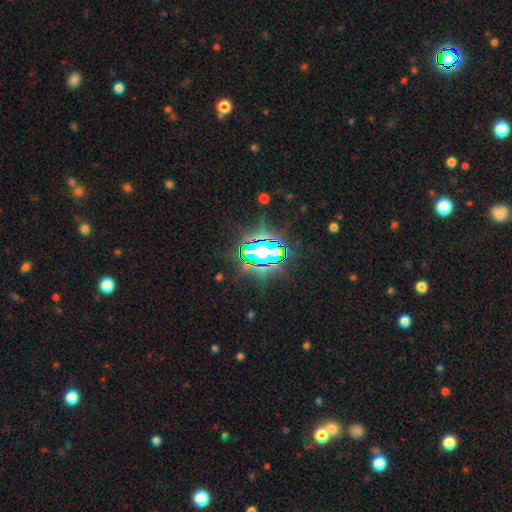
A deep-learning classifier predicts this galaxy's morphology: Overall: star or artifact (78%).